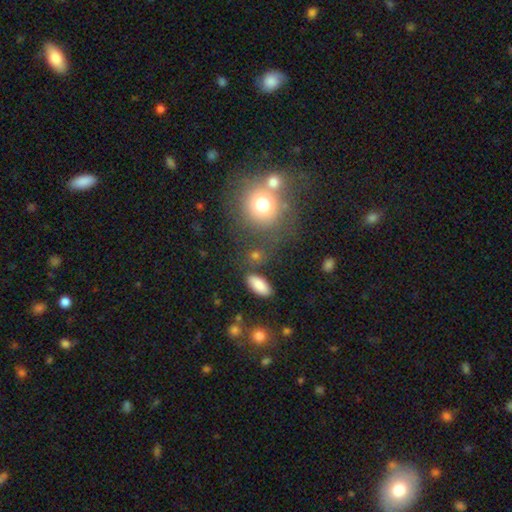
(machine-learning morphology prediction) The model was most divided on "how rounded": in between: 64%, round: 26%, cigar-shaped: 10%. More confident: smooth or featured — smooth (78%); merging — none (72%).